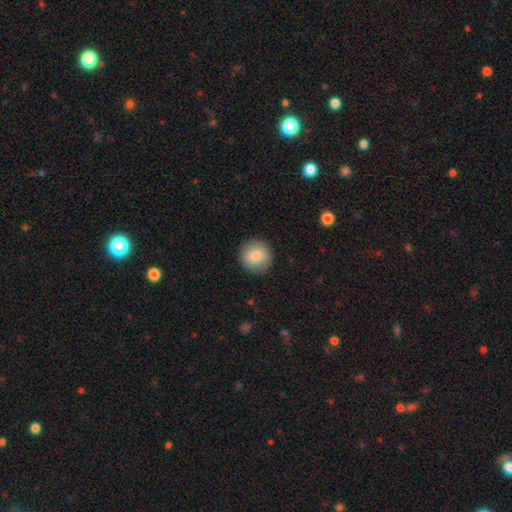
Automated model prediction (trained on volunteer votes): Morphology: type=smooth (83%); roundness=round (94%); merging=none (90%).